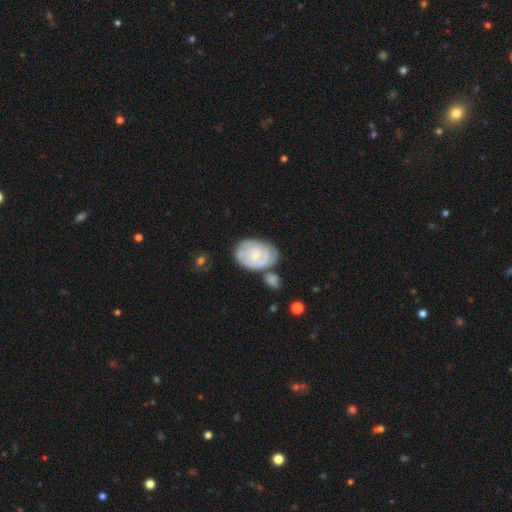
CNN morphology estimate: The model was most divided on "spiral arm count": can't tell: 44%, 2: 32%, 3: 11%, 1: 6%, 4: 4%, more than 4: 3%. More confident: edge-on disk — no (97%); spiral arms — yes (82%); spiral winding — tight (67%); bar — no (67%); smooth or featured — featured or disk (63%); bulge size — small (60%); merging — none (57%).